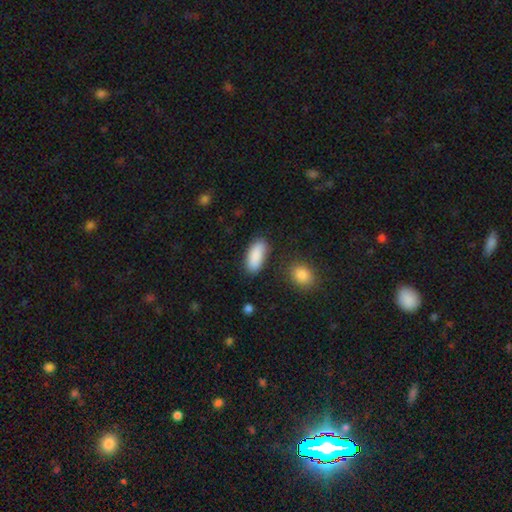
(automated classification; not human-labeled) Smooth or featured: smooth — 89% (star or artifact — 6%)
How rounded: in between — 85% (cigar-shaped — 13%)
Merging: none — 81% (minor disturbance — 12%)